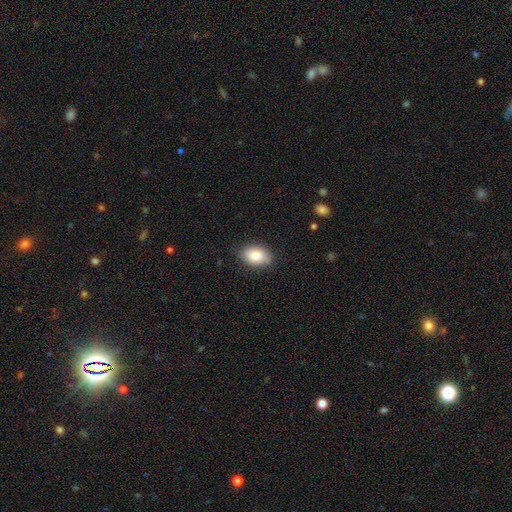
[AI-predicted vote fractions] The model was most divided on "merging": none: 83%, minor disturbance: 13%, major disturbance: 3%, merger: 1%. More confident: how rounded — in between (90%); smooth or featured — smooth (87%).